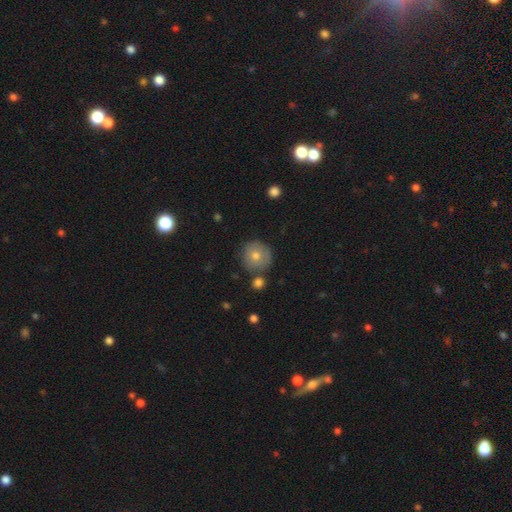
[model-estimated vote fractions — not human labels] This appears to be a smooth galaxy with no disk features (68%) that is round (94%). Merging: none (81%).